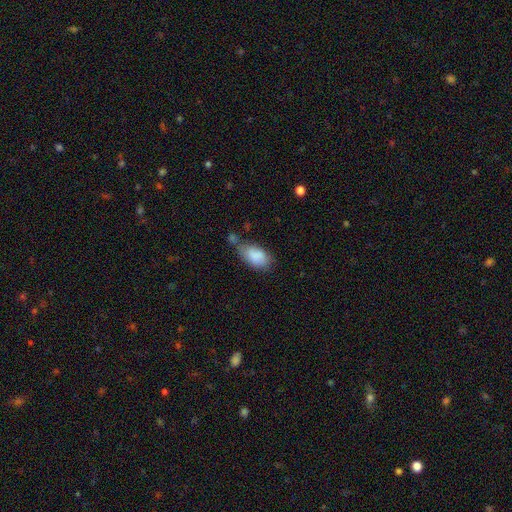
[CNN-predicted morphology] This is clearly a smooth galaxy (84%). How rounded: clearly in between (92%). Merging: marginally none (37%).